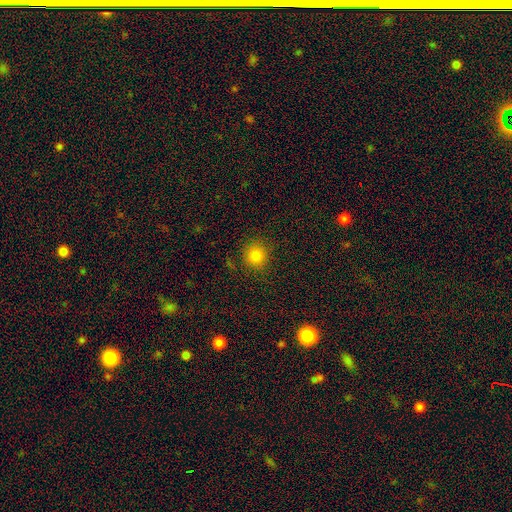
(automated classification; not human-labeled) The model was most divided on "smooth or featured": smooth: 82%, star or artifact: 13%, featured or disk: 5%. More confident: how rounded — round (92%); merging — none (88%).